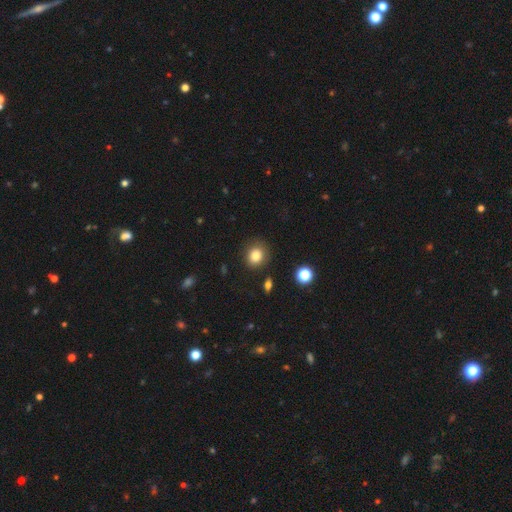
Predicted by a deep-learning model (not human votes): smooth_or_featured: smooth (p=0.83) [alt: star or artifact p=0.11]
how_rounded: round (p=0.78) [alt: in between p=0.21]
merging: none (p=0.83) [alt: minor disturbance p=0.11]